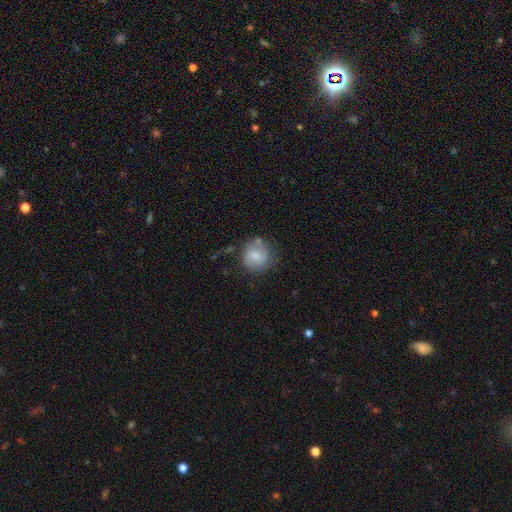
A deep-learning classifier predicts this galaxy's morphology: Smooth or featured: smooth — 74% (featured or disk — 18%)
How rounded: round — 89% (in between — 10%)
Merging: none — 70% (minor disturbance — 18%)